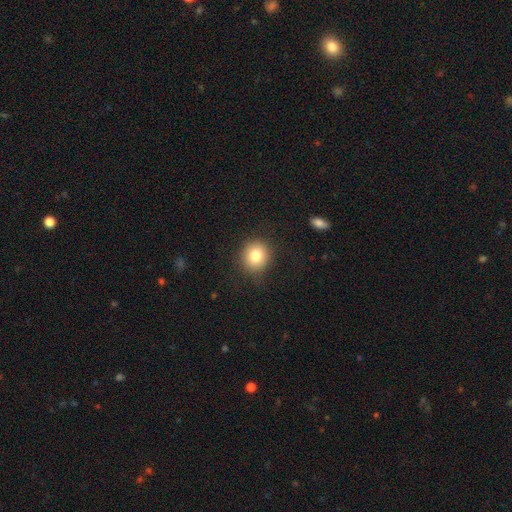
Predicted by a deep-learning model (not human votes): A smooth galaxy with no disk features (80%) that is round (86%).

Vote fractions:
- Smooth or featured? smooth: 80% / star or artifact: 10% / featured or disk: 9%
- How rounded? round: 86% / in between: 13% / cigar-shaped: 1%
- Merging? none: 87% / minor disturbance: 9% / major disturbance: 3% / merger: 1%